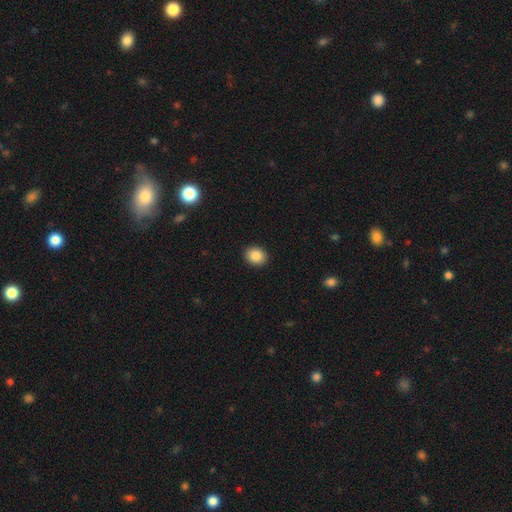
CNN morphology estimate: Smooth or featured?
  - smooth: 86% *
  - star or artifact: 9%
  - featured or disk: 5%
How rounded?
  - round: 67% *
  - in between: 32%
  - cigar-shaped: 1%
Merging?
  - none: 92% *
  - minor disturbance: 5%
  - major disturbance: 2%
  - merger: 1%